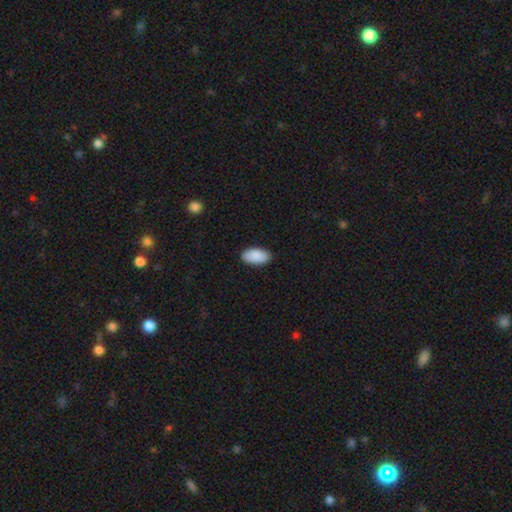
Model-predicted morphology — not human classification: Smooth or featured? Predicted: smooth (p=0.90). How rounded? Predicted: in between (p=0.95). Merging? Predicted: none (p=0.88).